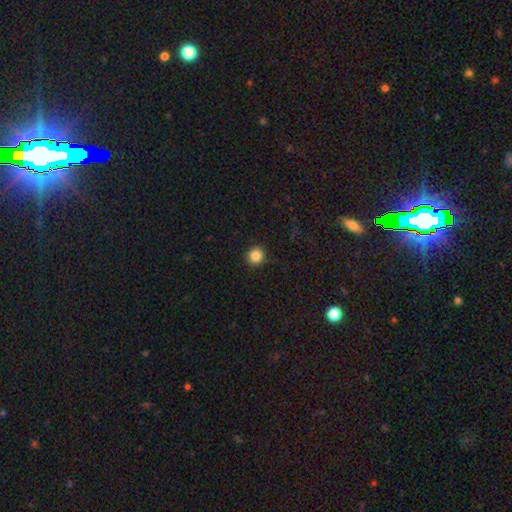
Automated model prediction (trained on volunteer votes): Morphology: type=smooth (86%); roundness=round (92%); merging=none (92%).